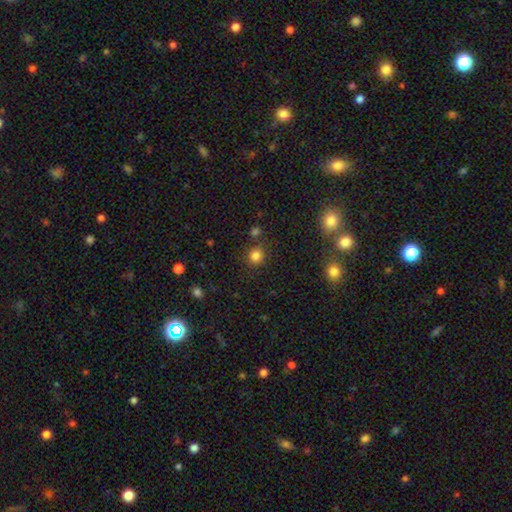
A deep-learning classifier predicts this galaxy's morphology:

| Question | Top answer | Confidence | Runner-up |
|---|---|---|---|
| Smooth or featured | smooth | 82% | star or artifact (14%) |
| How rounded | round | 88% | in between (11%) |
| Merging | none | 82% | minor disturbance (8%) |